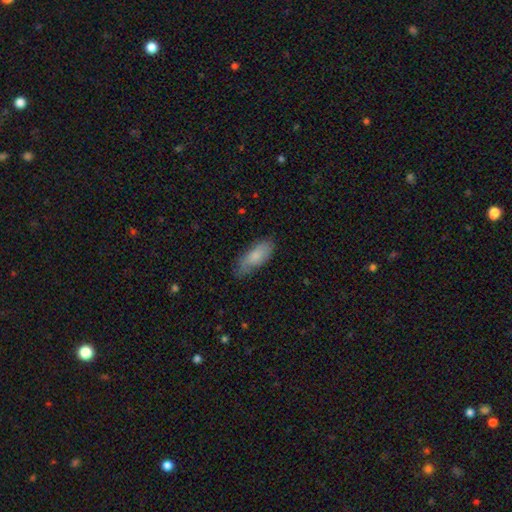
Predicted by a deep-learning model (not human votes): The model was most divided on "merging": none: 64%, minor disturbance: 28%, major disturbance: 6%, merger: 2%. More confident: how rounded — in between (77%); smooth or featured — smooth (77%).